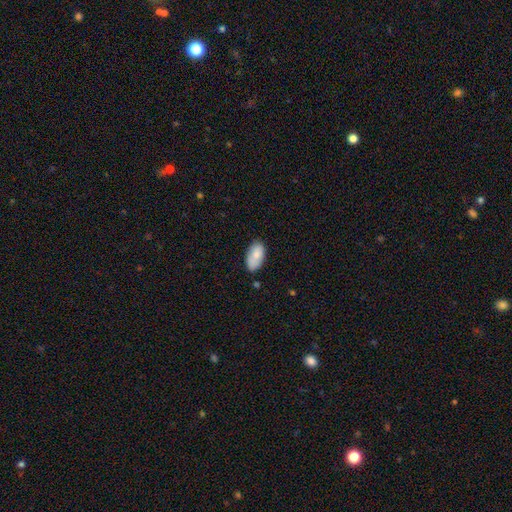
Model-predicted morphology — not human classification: A smooth galaxy with no disk features (80%) that is in between round and cigar-shaped (94%). Merging: none (71%).